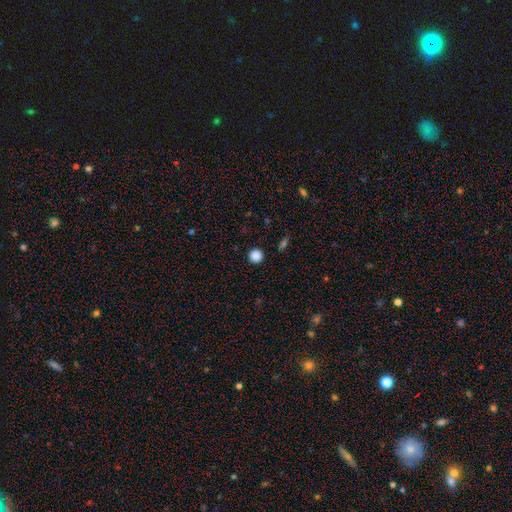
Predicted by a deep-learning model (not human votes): The model was most divided on "smooth or featured": smooth: 87%, star or artifact: 10%, featured or disk: 3%. More confident: how rounded — round (95%); merging — none (92%).